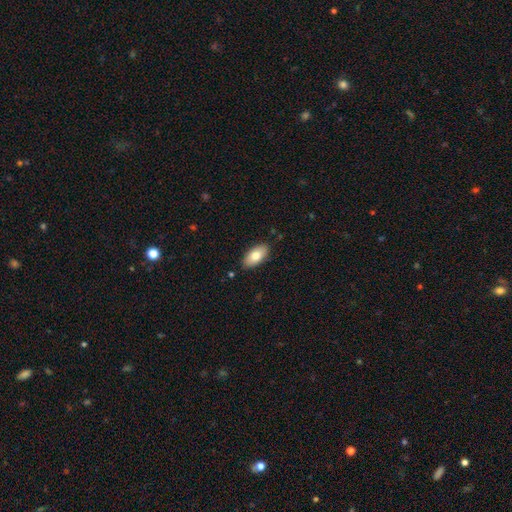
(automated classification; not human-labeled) Smooth or featured?
  - smooth: 77% *
  - featured or disk: 16%
  - star or artifact: 7%
How rounded?
  - in between: 92% *
  - cigar-shaped: 5%
  - round: 3%
Merging?
  - none: 87% *
  - minor disturbance: 10%
  - major disturbance: 2%
  - merger: 1%